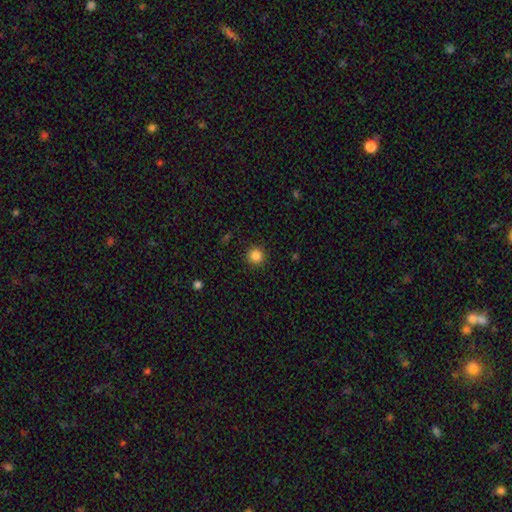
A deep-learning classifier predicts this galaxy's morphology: smooth-or-featured: smooth: 85% | star or artifact: 11% | featured or disk: 3%
  how-rounded: round: 94% | in between: 5% | cigar-shaped: 1%
  merging: none: 91% | minor disturbance: 6% | major disturbance: 2% | merger: 1%